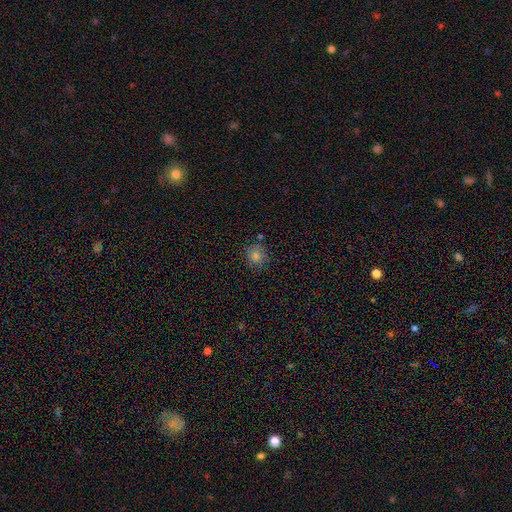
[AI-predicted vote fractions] This appears to be a smooth galaxy with no disk features (76%) that is round (88%). Merging: none (84%).